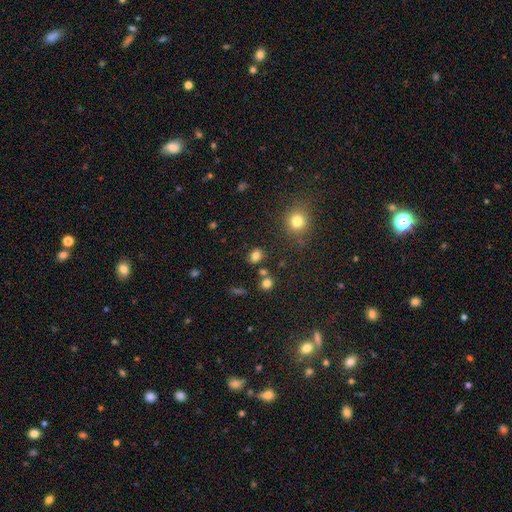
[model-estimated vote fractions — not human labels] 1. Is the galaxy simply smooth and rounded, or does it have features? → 80% smooth, 14% star or artifact, 6% featured or disk.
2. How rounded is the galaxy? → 61% in between, 37% round, 1% cigar-shaped.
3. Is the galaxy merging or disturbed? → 76% none, 12% minor disturbance, 8% merger, 4% major disturbance.